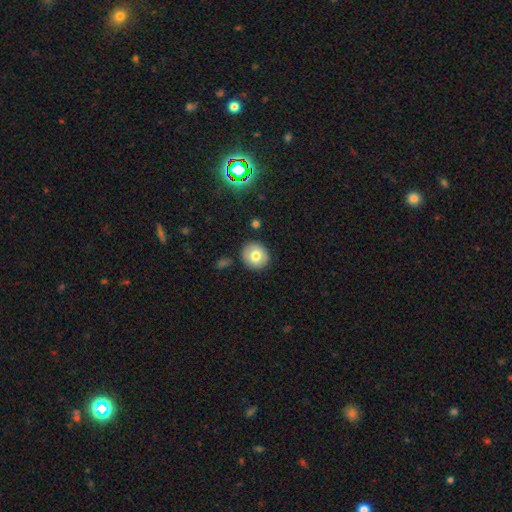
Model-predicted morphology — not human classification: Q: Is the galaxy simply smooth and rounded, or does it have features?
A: smooth — 75%.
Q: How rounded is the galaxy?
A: round — 88%.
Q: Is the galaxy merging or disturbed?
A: none — 87%.